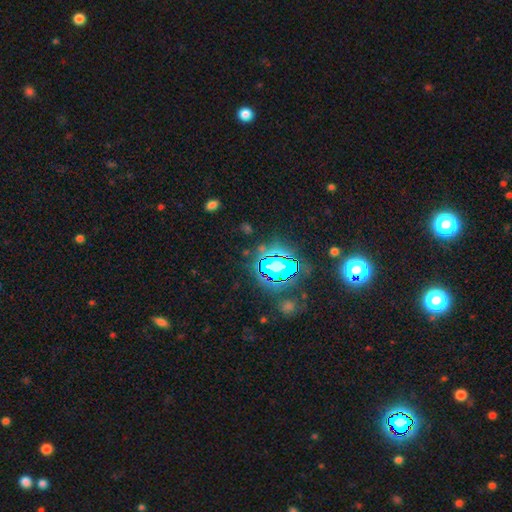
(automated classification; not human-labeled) A star or artifact, not a galaxy (82%).

Vote fractions:
- Smooth or featured? star or artifact: 82% / smooth: 11% / featured or disk: 7%